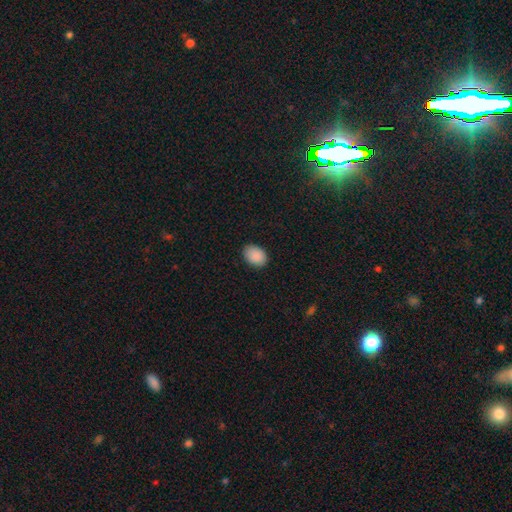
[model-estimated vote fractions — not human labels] Smooth or featured?
  - smooth: 90% *
  - star or artifact: 7%
  - featured or disk: 3%
How rounded?
  - in between: 76% *
  - round: 23%
  - cigar-shaped: 1%
Merging?
  - none: 86% *
  - minor disturbance: 11%
  - major disturbance: 2%
  - merger: 1%